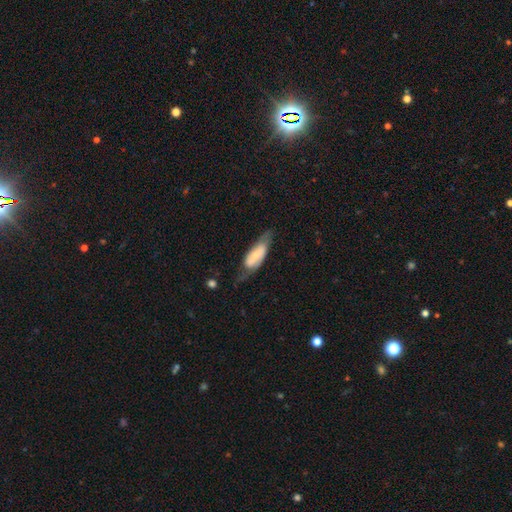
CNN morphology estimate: This is possibly a smooth galaxy (48%). Merging: possibly none (47%).